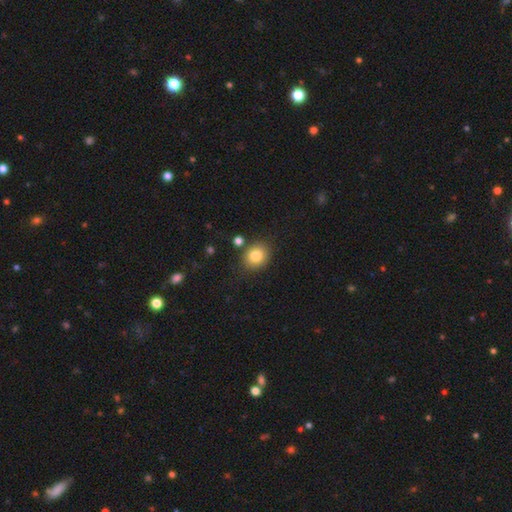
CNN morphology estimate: Smooth or featured? Predicted: smooth (p=0.83). How rounded? Predicted: round (p=0.67). Merging? Predicted: none (p=0.81).